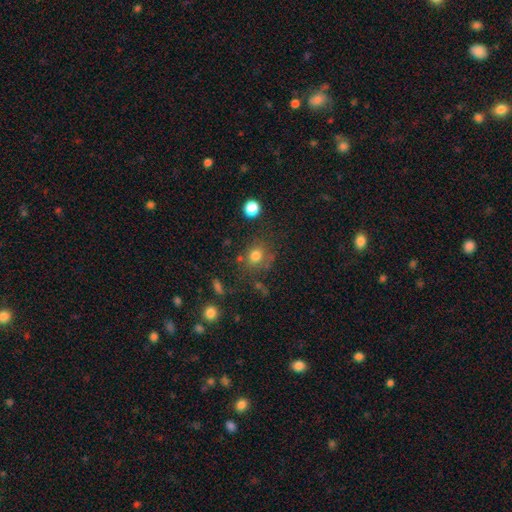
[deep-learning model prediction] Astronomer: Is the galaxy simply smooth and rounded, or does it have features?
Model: smooth — 76%.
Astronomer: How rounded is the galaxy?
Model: round — 73%.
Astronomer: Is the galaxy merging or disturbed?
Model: none — 67%.